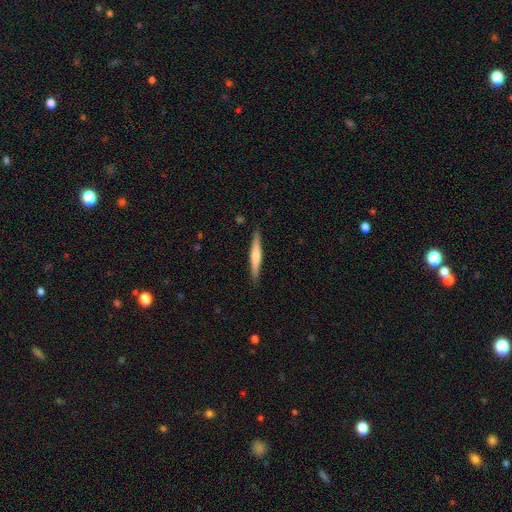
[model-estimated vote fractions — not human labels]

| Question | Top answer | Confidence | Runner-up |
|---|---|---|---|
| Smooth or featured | smooth | 50% | featured or disk (45%) |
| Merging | none | 90% | minor disturbance (8%) |